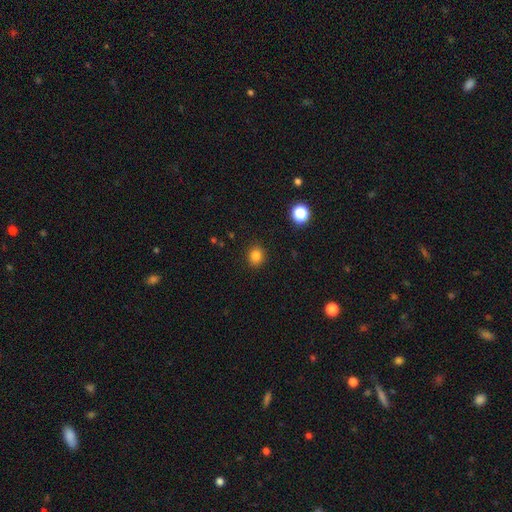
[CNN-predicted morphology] Q: Smooth or featured?
A: smooth (83%); runner-up: star or artifact (13%)
Q: How rounded?
A: round (73%); runner-up: in between (26%)
Q: Merging?
A: none (90%); runner-up: minor disturbance (7%)